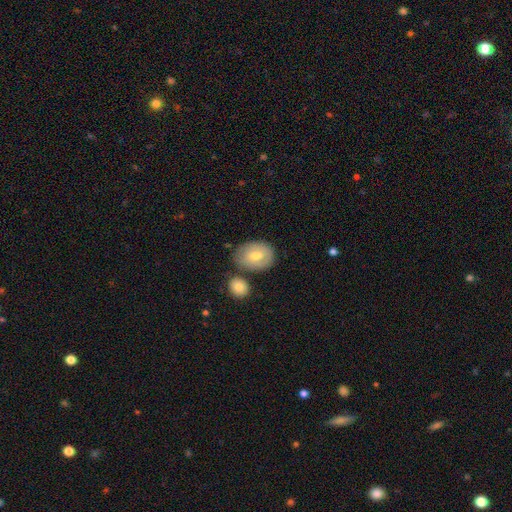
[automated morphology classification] Overall: smooth (60%; featured or disk 32%). How rounded: in between (60%; round 39%). Merging: none (65%).